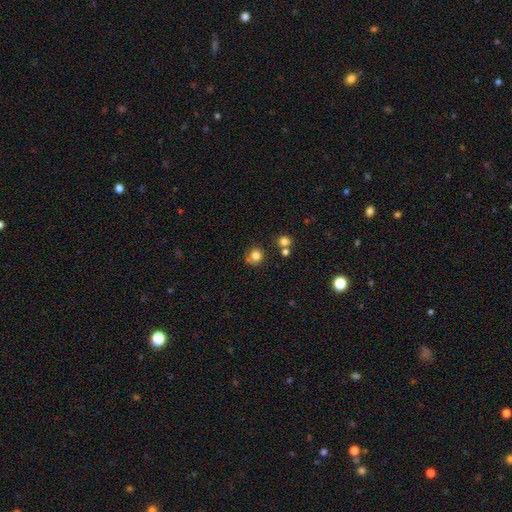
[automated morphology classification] smooth_or_featured: smooth (p=0.80) [alt: star or artifact p=0.12]
how_rounded: round (p=0.87) [alt: in between p=0.12]
merging: none (p=0.71) [alt: minor disturbance p=0.13]